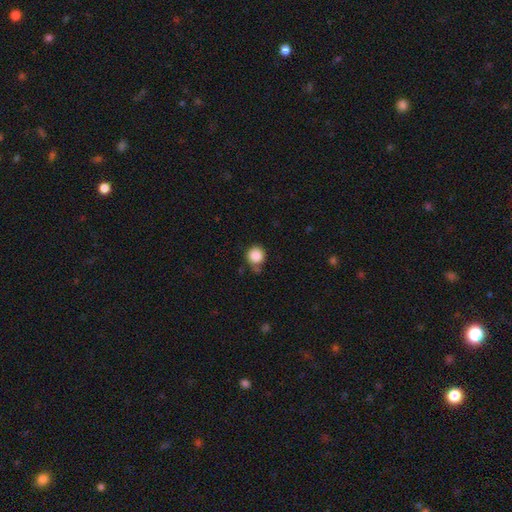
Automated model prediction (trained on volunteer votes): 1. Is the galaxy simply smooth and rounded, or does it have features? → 87% smooth, 9% star or artifact, 4% featured or disk.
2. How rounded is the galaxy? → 92% round, 7% in between, 1% cigar-shaped.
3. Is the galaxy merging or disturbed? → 71% none, 18% minor disturbance, 7% merger, 5% major disturbance.